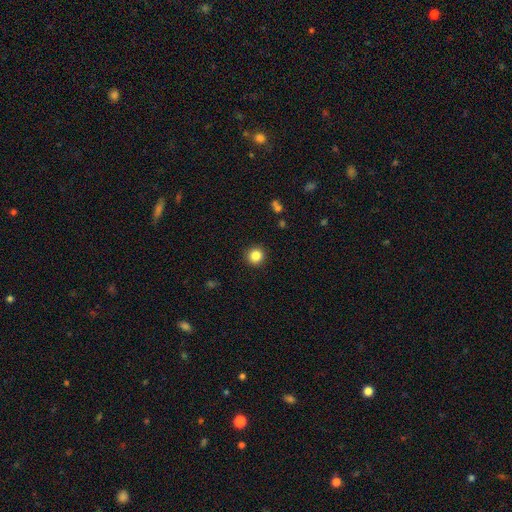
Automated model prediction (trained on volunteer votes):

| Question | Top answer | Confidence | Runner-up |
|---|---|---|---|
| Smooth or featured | smooth | 85% | star or artifact (10%) |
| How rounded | round | 95% | in between (4%) |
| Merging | none | 92% | minor disturbance (5%) |